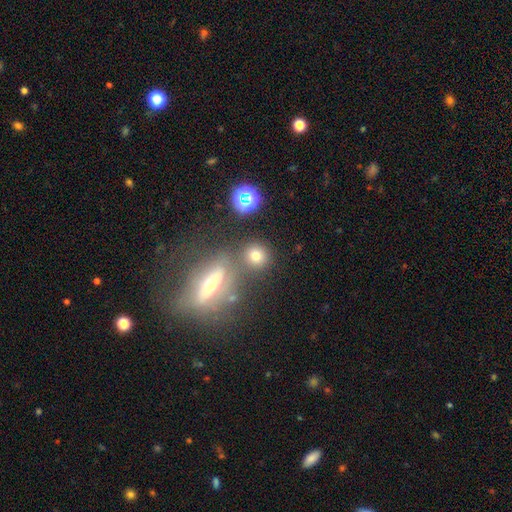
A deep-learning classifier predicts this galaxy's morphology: Smooth or featured? Predicted: smooth (p=0.69). How rounded? Predicted: round (p=0.85). Merging? Predicted: none (p=0.71).